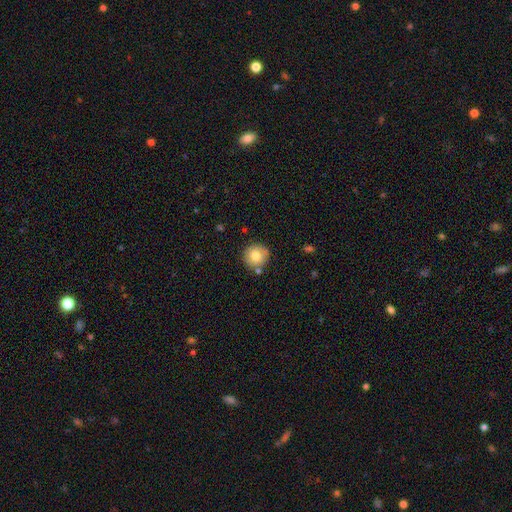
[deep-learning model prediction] smooth-or-featured: smooth: 79% | featured or disk: 12% | star or artifact: 9%
  how-rounded: round: 94% | in between: 5% | cigar-shaped: 1%
  merging: none: 80% | minor disturbance: 11% | merger: 6% | major disturbance: 2%